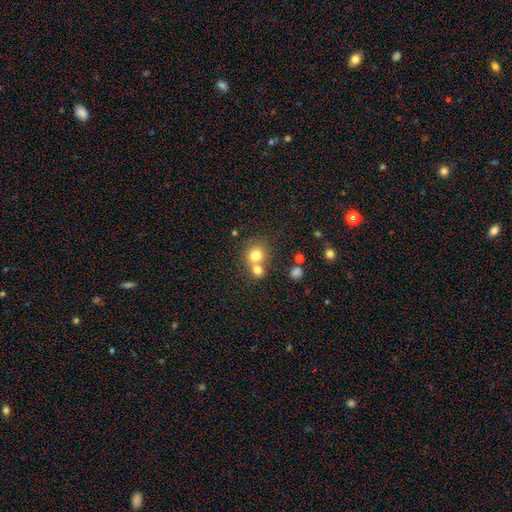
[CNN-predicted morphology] type=smooth (76%); roundness=round (81%); merging=merger (50%).